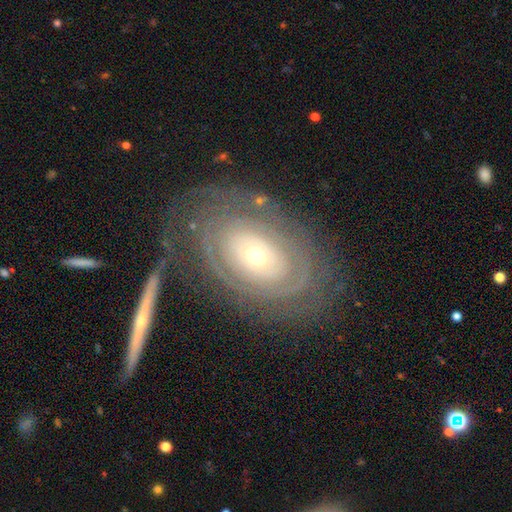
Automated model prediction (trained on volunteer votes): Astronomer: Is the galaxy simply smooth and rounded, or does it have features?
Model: featured or disk — 77%.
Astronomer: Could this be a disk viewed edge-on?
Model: no — 94%.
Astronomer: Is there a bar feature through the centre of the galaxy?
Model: no — 89%.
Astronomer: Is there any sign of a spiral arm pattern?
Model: yes — 65%.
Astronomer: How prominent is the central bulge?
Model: small — 56% (runner-up: moderate, 38%).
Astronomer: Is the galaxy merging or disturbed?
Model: none — 72%.